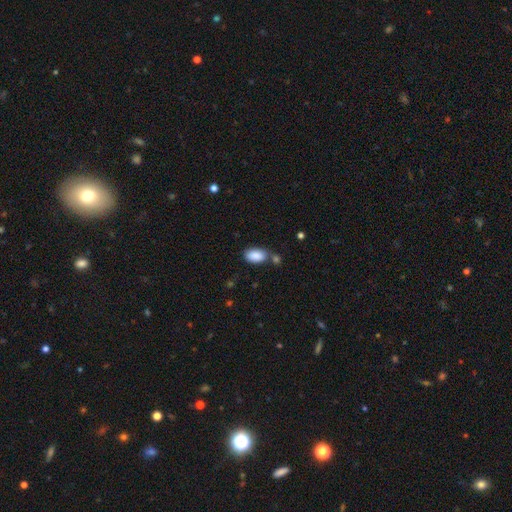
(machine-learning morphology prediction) smooth-or-featured: smooth: 88% | star or artifact: 7% | featured or disk: 5%
  how-rounded: in between: 93% | round: 5% | cigar-shaped: 2%
  merging: none: 64% | merger: 17% | minor disturbance: 15% | major disturbance: 4%